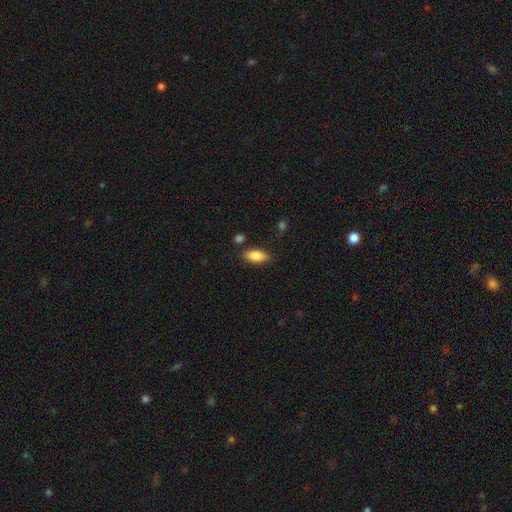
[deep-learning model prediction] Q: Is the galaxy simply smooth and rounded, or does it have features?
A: smooth — 85%.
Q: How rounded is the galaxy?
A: in between — 87%.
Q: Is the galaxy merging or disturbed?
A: none — 81%.